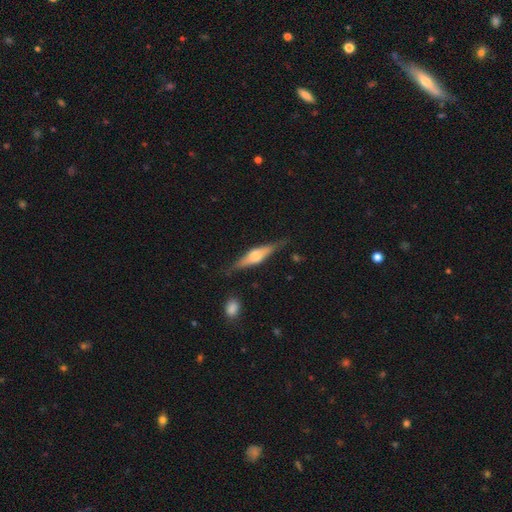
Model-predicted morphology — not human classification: Smooth or featured?
  - featured or disk: 63% *
  - smooth: 31%
  - star or artifact: 6%
Edge-on disk?
  - yes: 95% *
  - no: 5%
Edge-on bulge?
  - rounded: 75% *
  - boxy: 21%
  - none: 4%
Merging?
  - none: 78% *
  - minor disturbance: 15%
  - major disturbance: 4%
  - merger: 2%